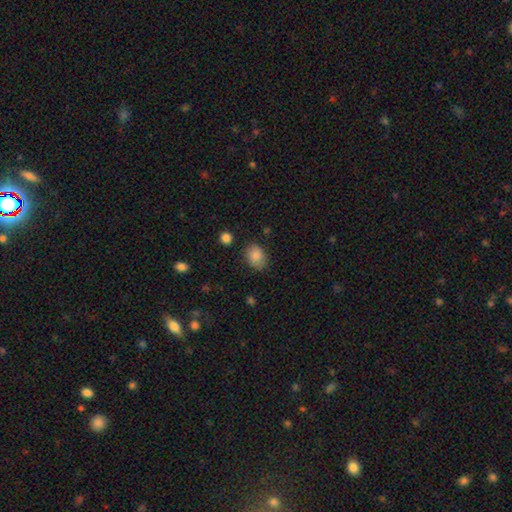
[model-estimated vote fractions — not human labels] This appears to be a smooth galaxy with no disk features (85%) that is in between round and cigar-shaped (65%). Merging: none (76%).